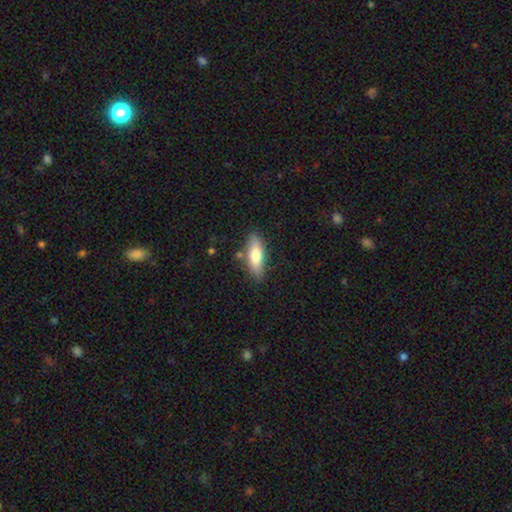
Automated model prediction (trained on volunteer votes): Overall: smooth (73%). How rounded: in between (62%; cigar-shaped 36%). Merging: none (80%).